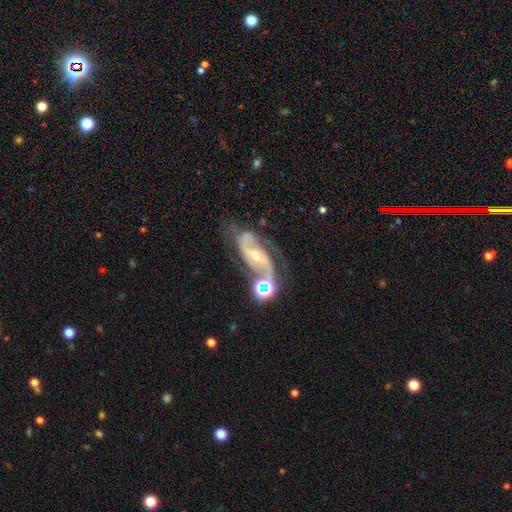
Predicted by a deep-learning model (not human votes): featured or disk 88%, star or artifact 7%, smooth 5%. Down the decision tree: edge-on disk — no (96%); bar — weak (41%); spiral arms — yes (97%); spiral arm count — 2 (82%); spiral winding — medium (56%); bulge size — small (56%); merging — none (51%).